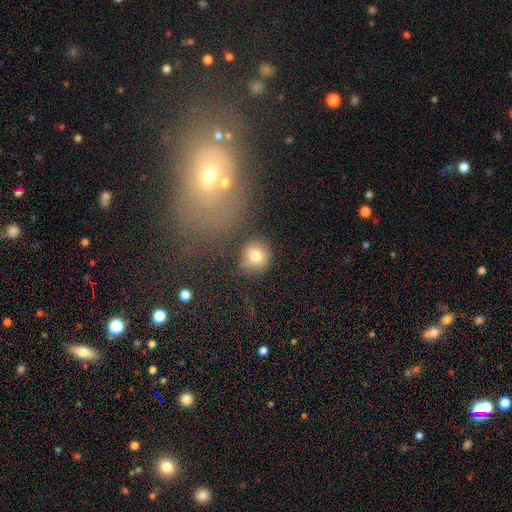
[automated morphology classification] The model was most divided on "merging": none: 65%, minor disturbance: 18%, merger: 9%, major disturbance: 8%. More confident: how rounded — round (85%); smooth or featured — smooth (78%).